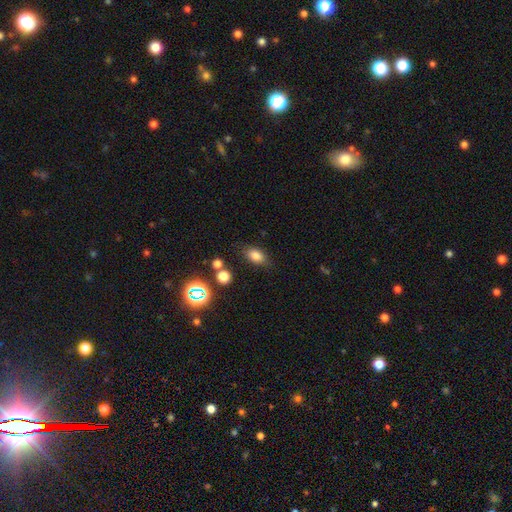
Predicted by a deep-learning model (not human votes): The model was most divided on "smooth or featured": smooth: 79%, star or artifact: 13%, featured or disk: 8%. More confident: how rounded — in between (83%); merging — none (80%).